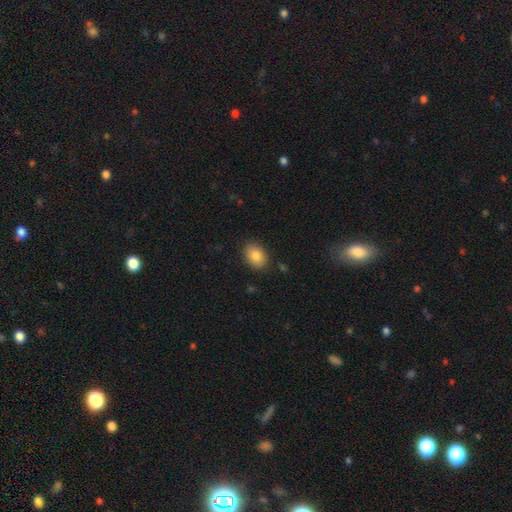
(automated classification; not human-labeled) A smooth galaxy with no disk features (84%) that is in between round and cigar-shaped (72%). Merging: none (87%).